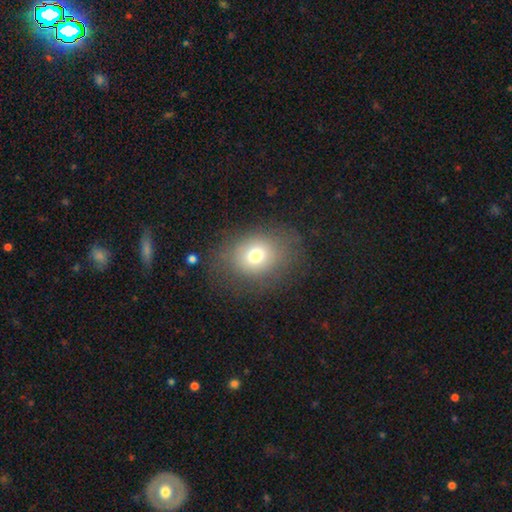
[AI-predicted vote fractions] Overall: smooth (71%). How rounded: round (54%; in between 45%). Merging: none (74%).